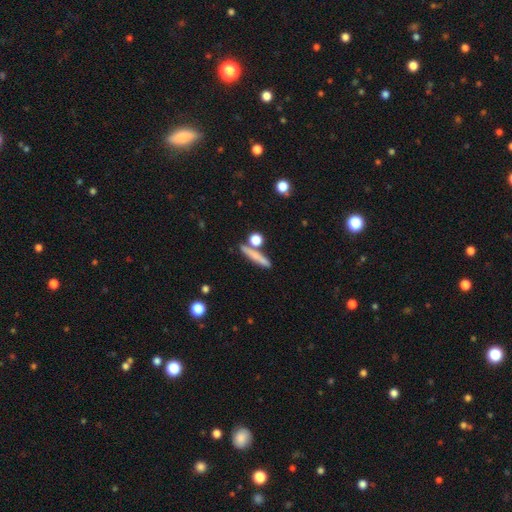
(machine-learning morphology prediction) Smooth or featured? smooth (68%)
How rounded? cigar-shaped (82%)
Merging? none (72%)